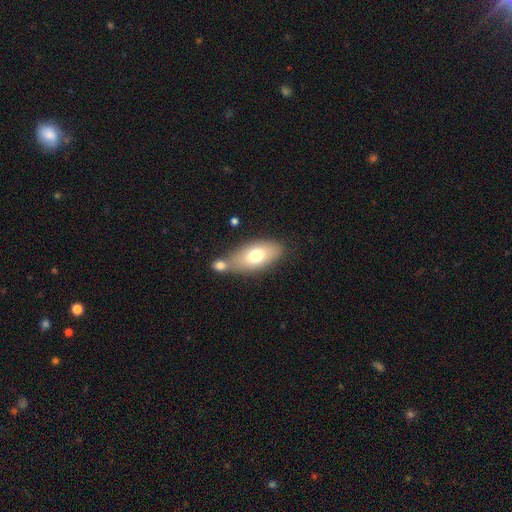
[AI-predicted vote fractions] smooth-or-featured: smooth: 71% | featured or disk: 22% | star or artifact: 7%
  how-rounded: in between: 89% | cigar-shaped: 7% | round: 4%
  merging: none: 52% | merger: 29% | minor disturbance: 14% | major disturbance: 5%